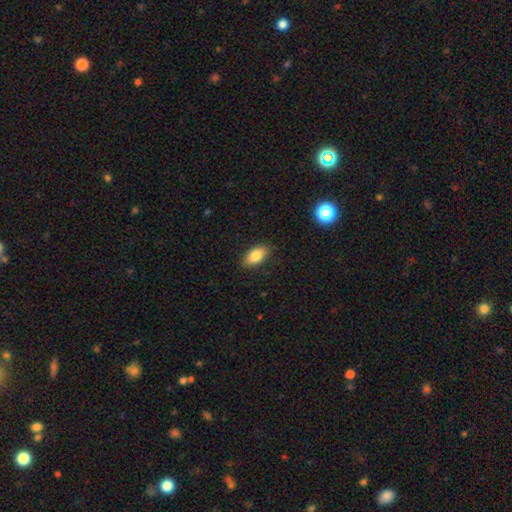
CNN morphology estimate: Overall: smooth (84%). How rounded: in between (91%). Merging: none (86%).